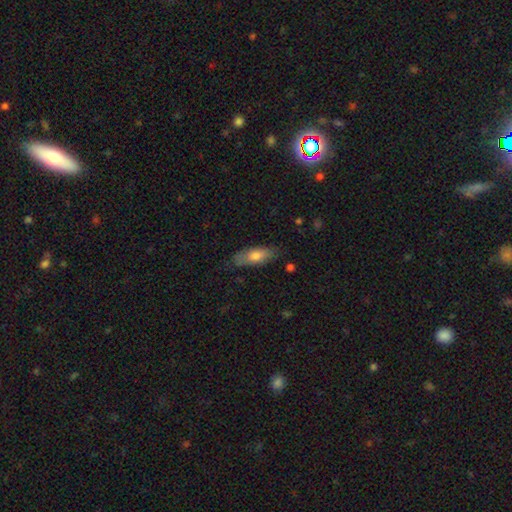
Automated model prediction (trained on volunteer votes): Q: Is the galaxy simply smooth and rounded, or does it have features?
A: smooth — 73%.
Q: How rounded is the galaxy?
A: in between — 71%.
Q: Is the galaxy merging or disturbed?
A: none — 75%.